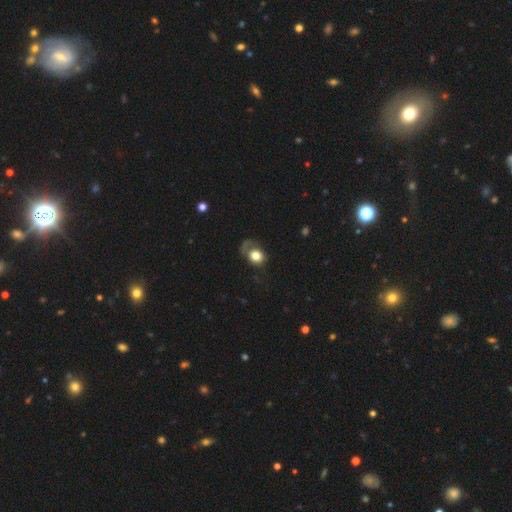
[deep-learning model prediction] This is likely a smooth galaxy (69%). How rounded: likely round (61%). Merging: marginally none (38%).